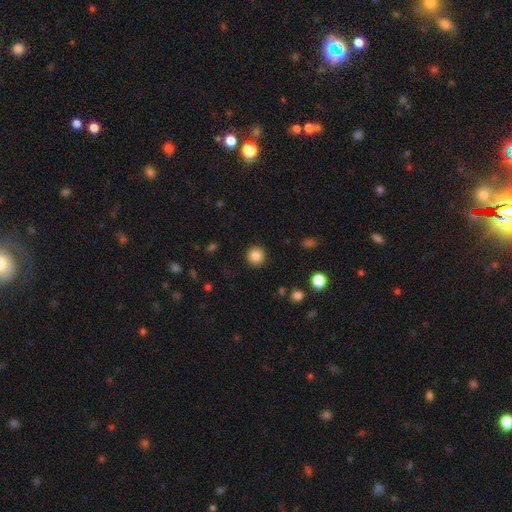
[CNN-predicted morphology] Smooth or featured? smooth (85%)
How rounded? round (95%)
Merging? none (92%)